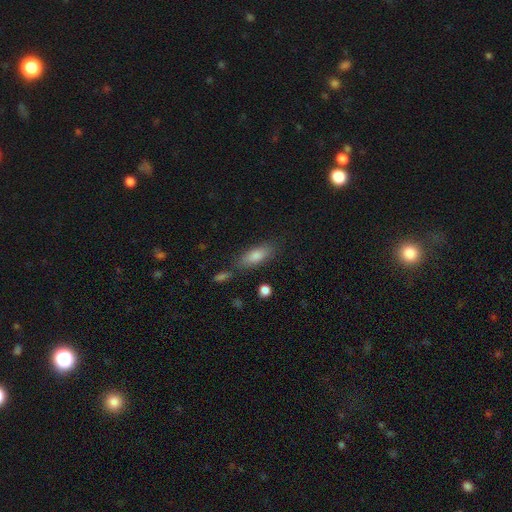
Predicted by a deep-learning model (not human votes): Overall: smooth (76%). How rounded: in between (69%). Merging: none (76%).